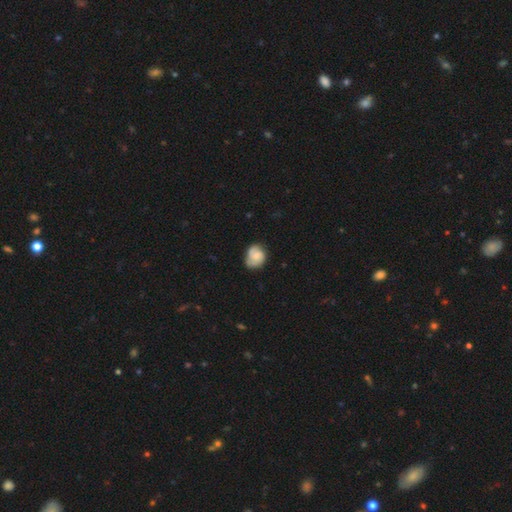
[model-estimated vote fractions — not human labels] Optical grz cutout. It shows a smooth galaxy with no disk features (58%) that is round (61%). Merging: none (59%).